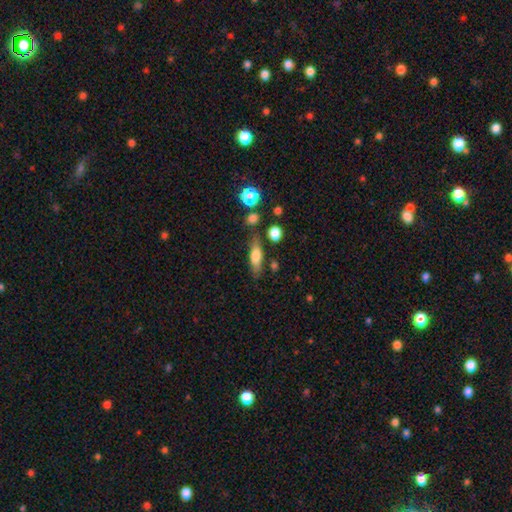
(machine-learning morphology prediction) Smooth or featured: smooth — 70% (featured or disk — 21%)
How rounded: in between — 52% (cigar-shaped — 44%)
Merging: none — 70% (minor disturbance — 18%)